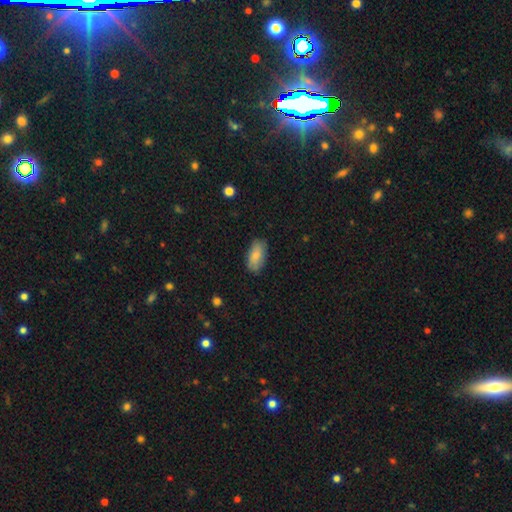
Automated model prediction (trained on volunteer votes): Q: Smooth or featured?
A: smooth (82%); runner-up: featured or disk (11%)
Q: How rounded?
A: in between (92%); runner-up: cigar-shaped (5%)
Q: Merging?
A: none (81%); runner-up: minor disturbance (15%)